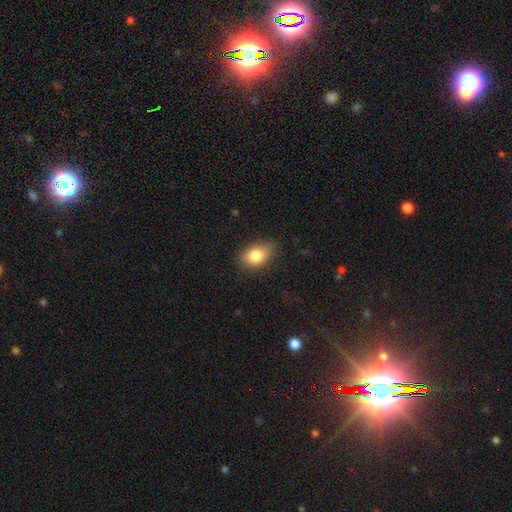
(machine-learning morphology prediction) Smooth or featured? Predicted: smooth (p=0.82). How rounded? Predicted: in between (p=0.78). Merging? Predicted: none (p=0.71).